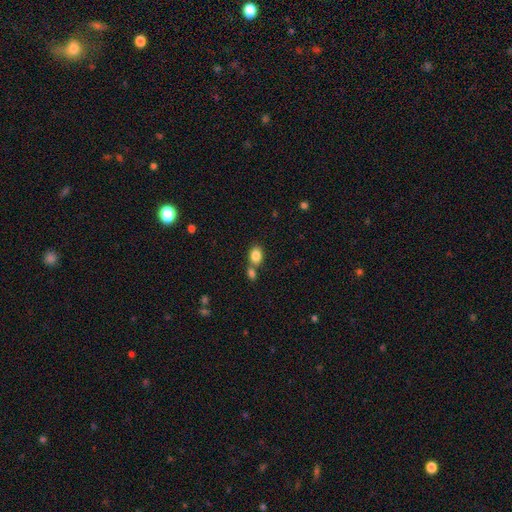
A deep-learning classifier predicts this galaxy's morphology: type=smooth (85%); roundness=in between (77%); merging=none (49%).